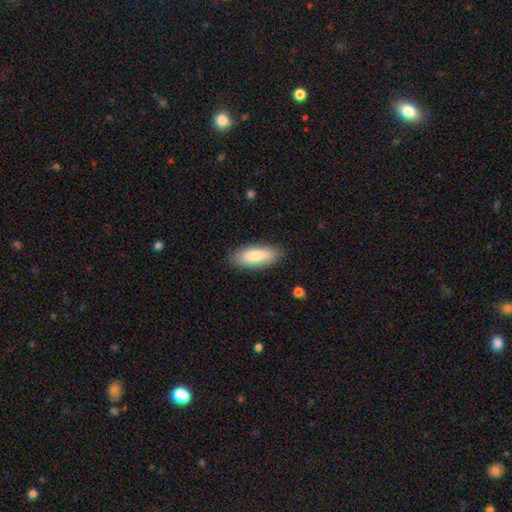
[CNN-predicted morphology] Smooth or featured? smooth (81%)
How rounded? in between (80%)
Merging? none (83%)